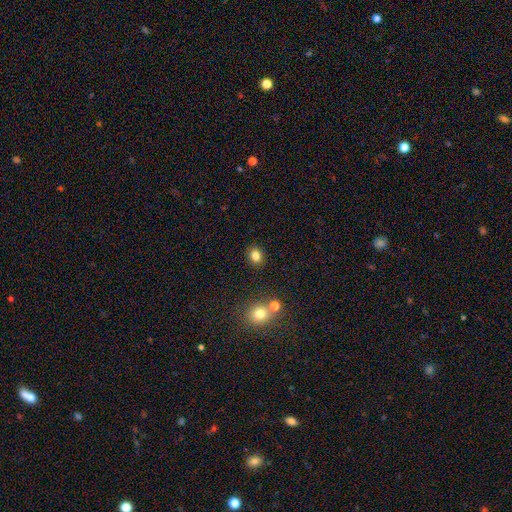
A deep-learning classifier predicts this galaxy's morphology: This appears to be a smooth galaxy with no disk features (82%) that is round (62%). Merging: none (87%).